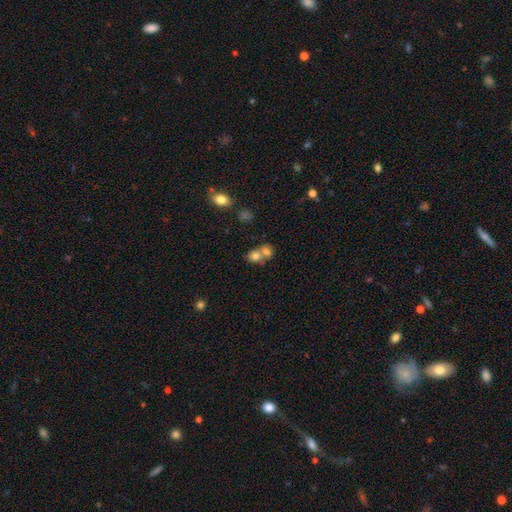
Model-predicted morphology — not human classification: smooth 74%, featured or disk 15%, star or artifact 11%. Down the decision tree: how rounded — round (58%); merging — merger (63%).